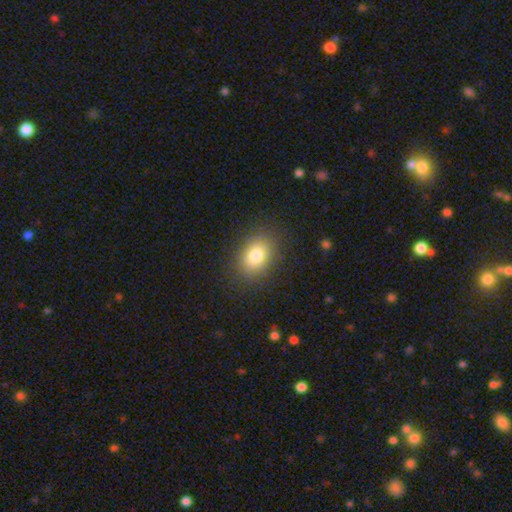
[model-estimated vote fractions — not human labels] Smooth or featured?
  - smooth: 81% *
  - star or artifact: 10%
  - featured or disk: 10%
How rounded?
  - in between: 74% *
  - round: 25%
  - cigar-shaped: 1%
Merging?
  - none: 86% *
  - minor disturbance: 9%
  - major disturbance: 4%
  - merger: 1%